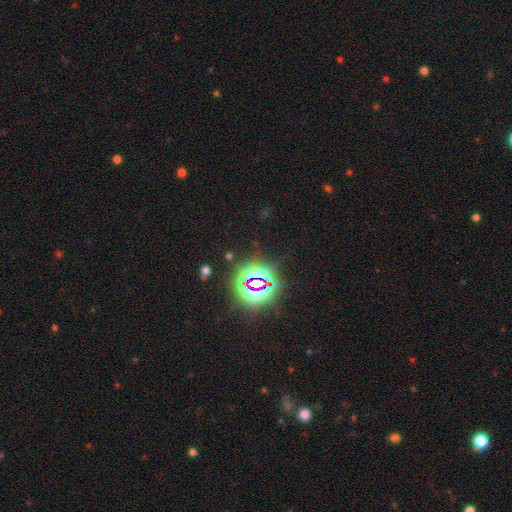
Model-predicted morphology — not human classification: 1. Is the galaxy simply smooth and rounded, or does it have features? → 81% star or artifact, 12% smooth, 8% featured or disk.